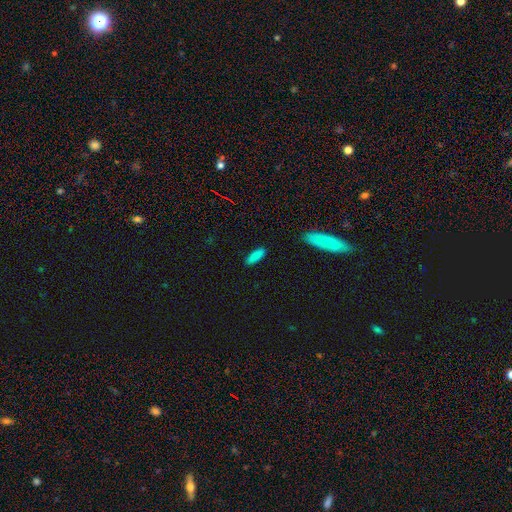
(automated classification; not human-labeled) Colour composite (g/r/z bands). It shows a smooth galaxy with no disk features (86%) that is in between round and cigar-shaped (59%). Merging: none (88%).